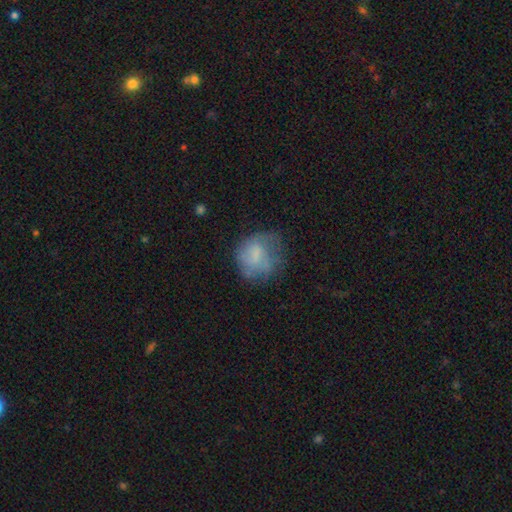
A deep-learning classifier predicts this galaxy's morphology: Smooth or featured? Predicted: smooth (p=0.57). How rounded? Predicted: round (p=0.71). Merging? Predicted: none (p=0.49).